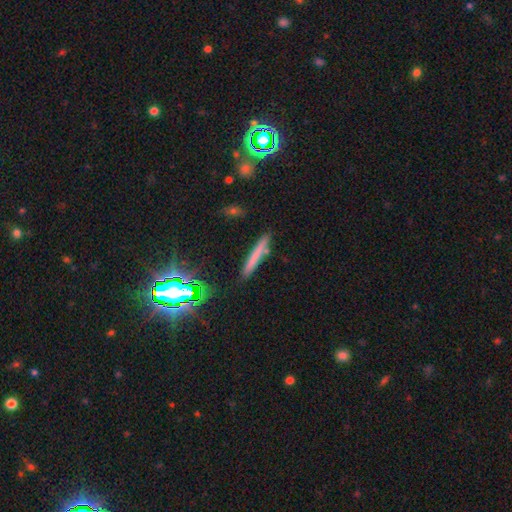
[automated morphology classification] Smooth or featured? Predicted: smooth (p=0.64). How rounded? Predicted: cigar-shaped (p=0.94). Merging? Predicted: none (p=0.84).